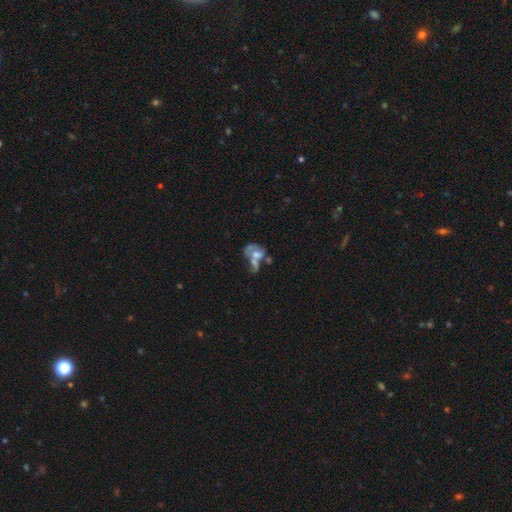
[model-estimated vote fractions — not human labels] Q: Smooth or featured?
A: featured or disk (47%); runner-up: smooth (41%)
Q: Merging?
A: merger (53%); runner-up: major disturbance (20%)